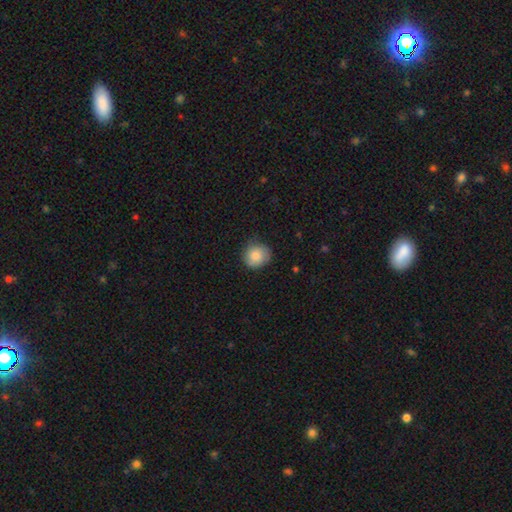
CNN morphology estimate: Smooth or featured?
  - smooth: 85% *
  - featured or disk: 8%
  - star or artifact: 7%
How rounded?
  - round: 87% *
  - in between: 12%
  - cigar-shaped: 1%
Merging?
  - none: 75% *
  - minor disturbance: 20%
  - major disturbance: 4%
  - merger: 1%